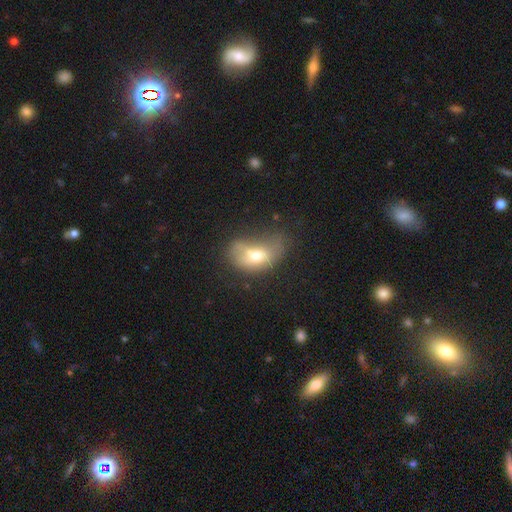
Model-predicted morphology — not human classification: smooth-or-featured: smooth: 61% | featured or disk: 29% | star or artifact: 10%
  how-rounded: in between: 83% | round: 15% | cigar-shaped: 2%
  merging: major disturbance: 31% | minor disturbance: 28% | none: 24% | merger: 16%